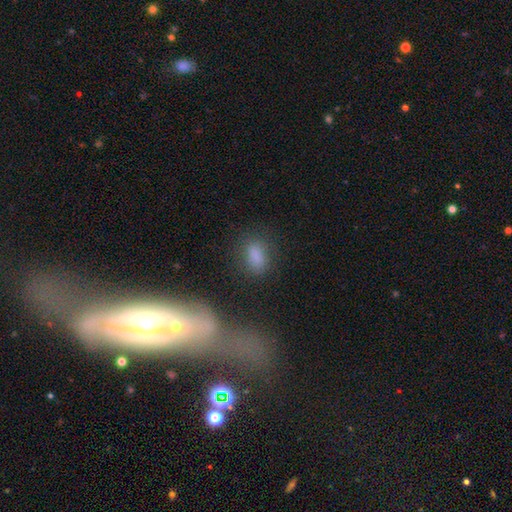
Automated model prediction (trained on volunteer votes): Smooth or featured: smooth — 81% (star or artifact — 12%)
How rounded: in between — 84% (round — 11%)
Merging: none — 71% (minor disturbance — 16%)